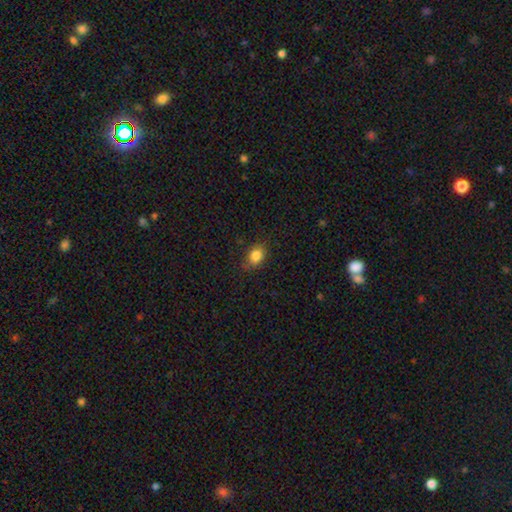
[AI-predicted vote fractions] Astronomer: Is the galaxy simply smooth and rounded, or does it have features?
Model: smooth — 85%.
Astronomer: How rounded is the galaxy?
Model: in between — 66%.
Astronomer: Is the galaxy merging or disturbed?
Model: none — 79%.